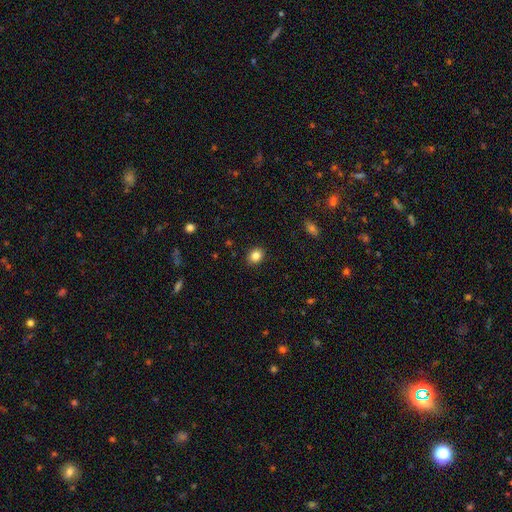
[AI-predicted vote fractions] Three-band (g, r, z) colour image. It shows a smooth galaxy with no disk features (85%) that is round (54%). Merging: none (89%).